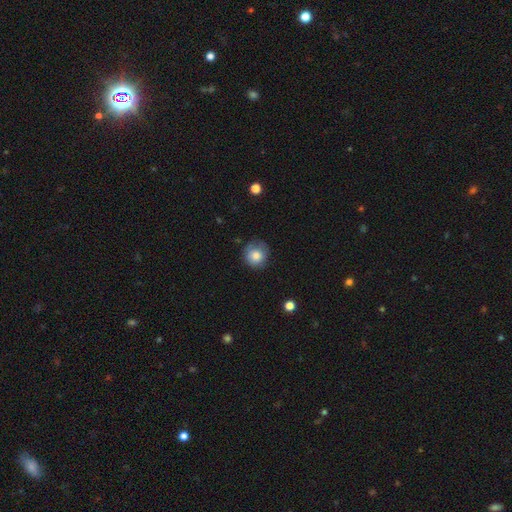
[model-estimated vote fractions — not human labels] A smooth galaxy with no disk features (79%) that is round (89%).

Vote fractions:
- Smooth or featured? smooth: 79% / featured or disk: 12% / star or artifact: 9%
- How rounded? round: 89% / in between: 10% / cigar-shaped: 1%
- Merging? none: 70% / minor disturbance: 22% / major disturbance: 6% / merger: 2%